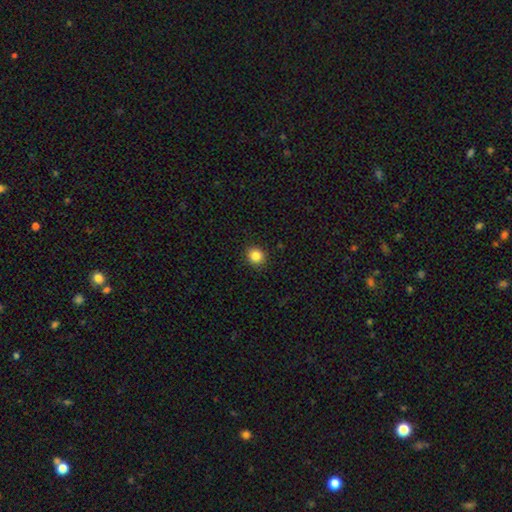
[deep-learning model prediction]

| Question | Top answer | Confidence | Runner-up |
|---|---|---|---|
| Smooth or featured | smooth | 85% | star or artifact (11%) |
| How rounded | round | 89% | in between (10%) |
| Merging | none | 92% | minor disturbance (6%) |